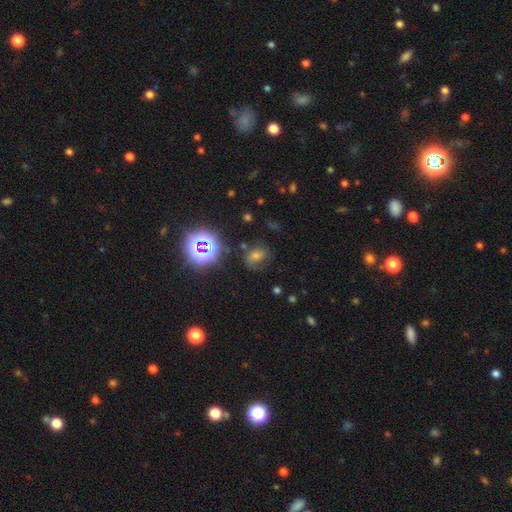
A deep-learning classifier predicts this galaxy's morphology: A star or artifact, not a galaxy (39%).